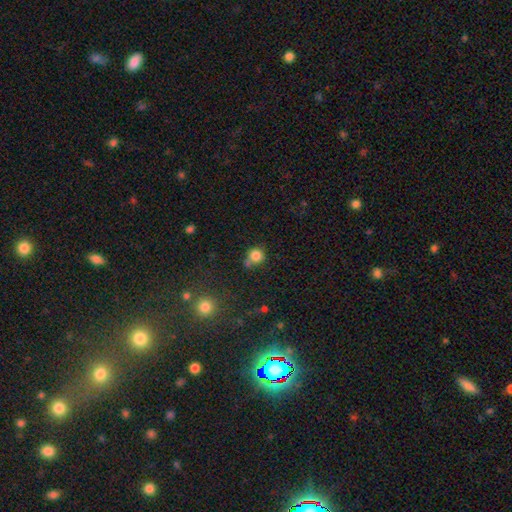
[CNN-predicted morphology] Overall: smooth (82%). How rounded: round (88%). Merging: none (57%; merger 19%).